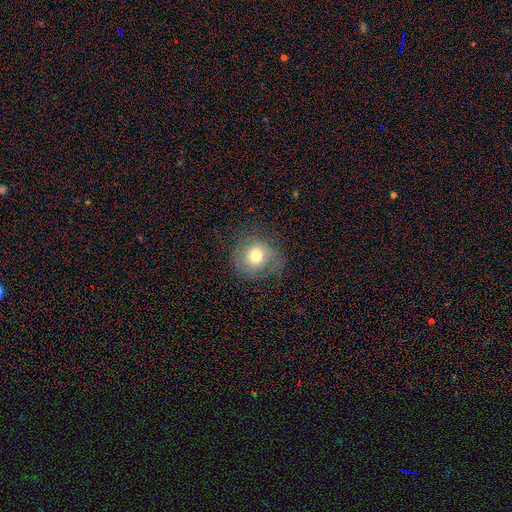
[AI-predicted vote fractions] The model was most divided on "smooth or featured": smooth: 57%, featured or disk: 33%, star or artifact: 10%. More confident: how rounded — round (86%); merging — none (66%).